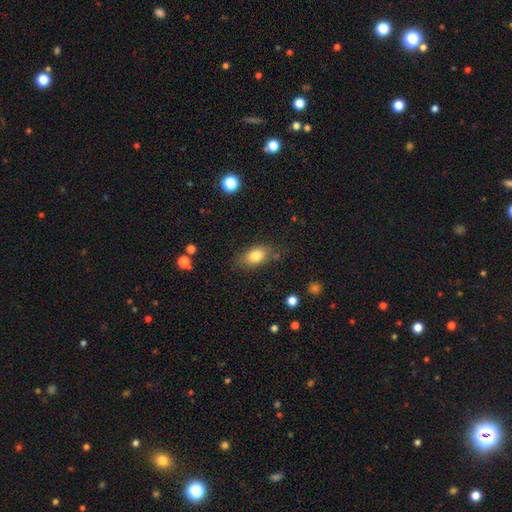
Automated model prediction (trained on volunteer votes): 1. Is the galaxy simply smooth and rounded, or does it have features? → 81% smooth, 11% featured or disk, 8% star or artifact.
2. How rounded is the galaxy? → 86% in between, 9% round, 4% cigar-shaped.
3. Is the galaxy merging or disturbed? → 77% none, 16% minor disturbance, 4% major disturbance, 3% merger.